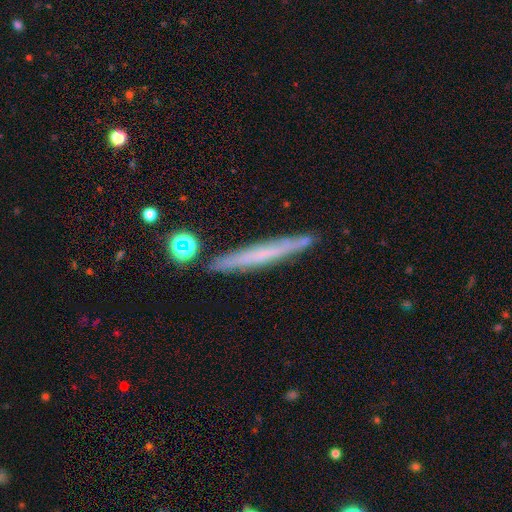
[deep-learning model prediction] This appears to be a smooth galaxy with no disk features (46%). Merging: none (86%).